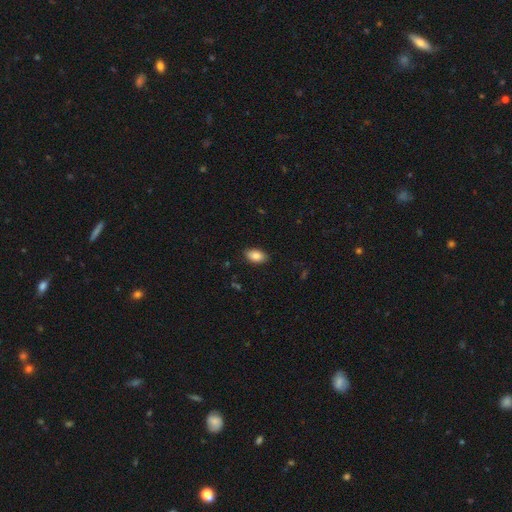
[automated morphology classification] smooth_or_featured: smooth (p=0.85) [alt: star or artifact p=0.07]
how_rounded: in between (p=0.92) [alt: round p=0.06]
merging: none (p=0.86) [alt: minor disturbance p=0.11]